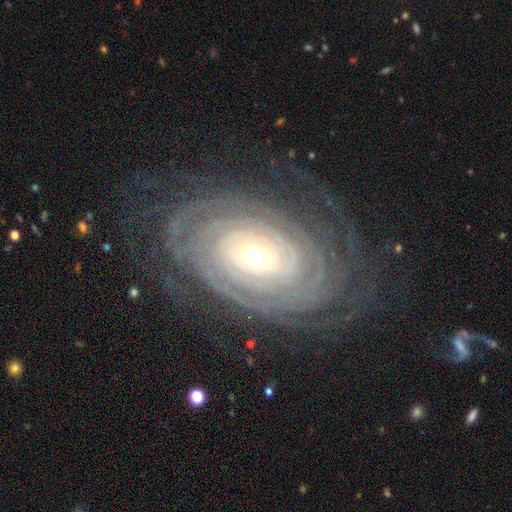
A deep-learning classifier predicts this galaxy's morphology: Smooth or featured? Predicted: featured or disk (p=0.88). Edge-on disk? Predicted: no (p=0.95). Bar? Predicted: no (p=0.70). Spiral arms? Predicted: yes (p=0.95). Spiral winding? Predicted: tight (p=0.83). Spiral arm count? Predicted: can't tell (p=0.36). Bulge size? Predicted: moderate (p=0.54). Merging? Predicted: none (p=0.75).